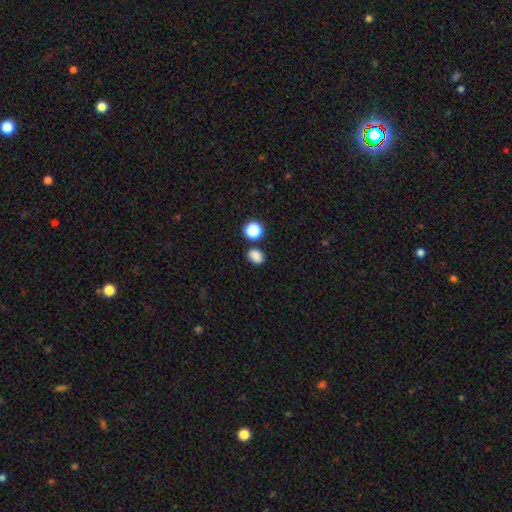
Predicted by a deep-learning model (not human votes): Smooth or featured?
  - smooth: 83% *
  - star or artifact: 13%
  - featured or disk: 4%
How rounded?
  - in between: 64% *
  - round: 35%
  - cigar-shaped: 1%
Merging?
  - none: 78% *
  - minor disturbance: 11%
  - merger: 7%
  - major disturbance: 3%